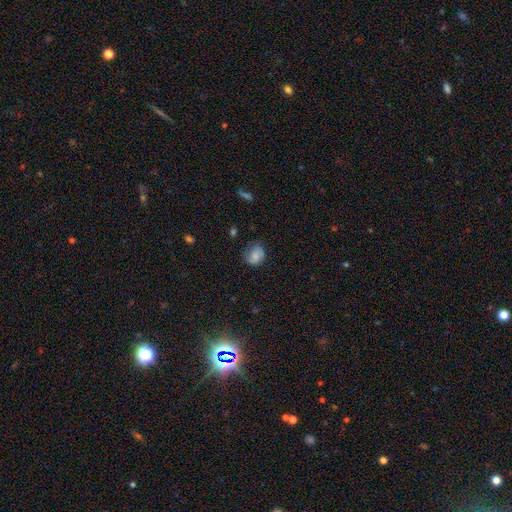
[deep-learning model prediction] Smooth or featured? smooth (68%)
How rounded? round (58%)
Merging? none (57%)